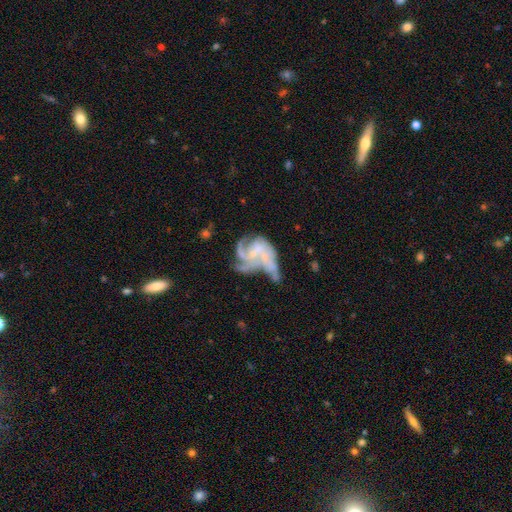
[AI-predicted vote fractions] Morphology: type=featured or disk (77%); edge-on=no (97%); bar=no (67%); spiral arms=yes (86%); winding=medium (41%); arm count=3 (34%); bulge=small (54%); merging=major disturbance (31%).